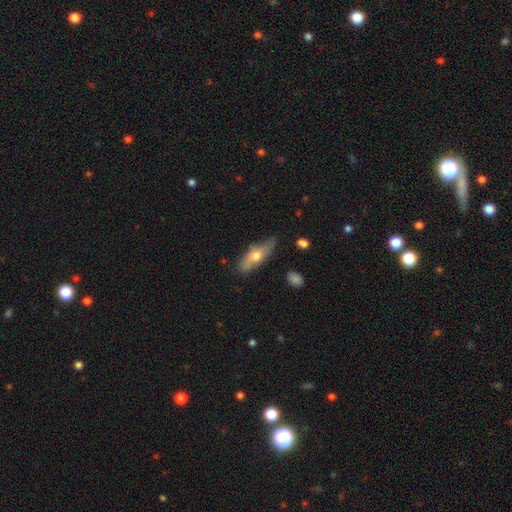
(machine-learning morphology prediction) Overall: smooth (53%; featured or disk 41%). How rounded: in between (54%; cigar-shaped 43%). Merging: none (71%).